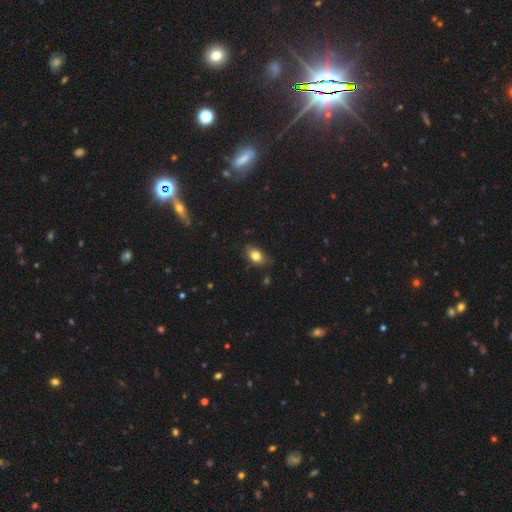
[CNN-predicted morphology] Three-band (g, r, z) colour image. It shows a smooth galaxy with no disk features (80%) that is in between round and cigar-shaped (83%). Merging: none (78%).